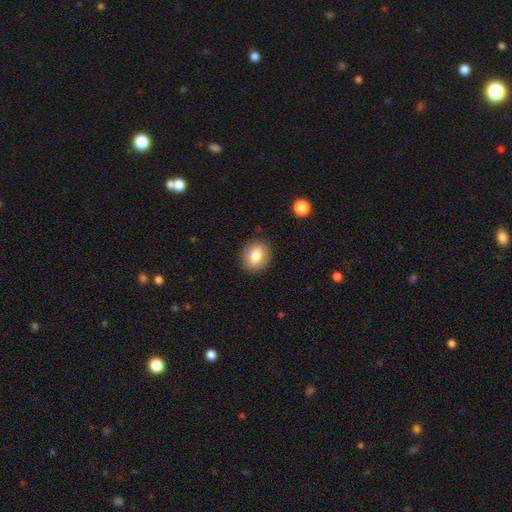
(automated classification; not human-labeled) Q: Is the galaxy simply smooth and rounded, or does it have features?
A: smooth — 77%.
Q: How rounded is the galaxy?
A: round — 65%.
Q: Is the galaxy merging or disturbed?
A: none — 85%.